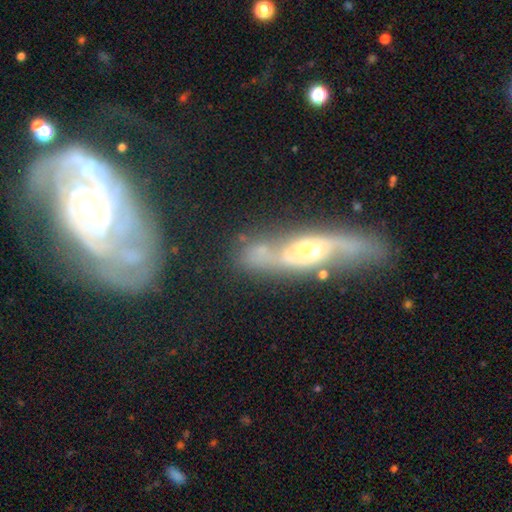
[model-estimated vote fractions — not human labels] smooth-or-featured: featured or disk: 71% | smooth: 20% | star or artifact: 9%
  disk-edge-on: no: 67% | yes: 33%
  merging: none: 54% | minor disturbance: 19% | merger: 14% | major disturbance: 13%